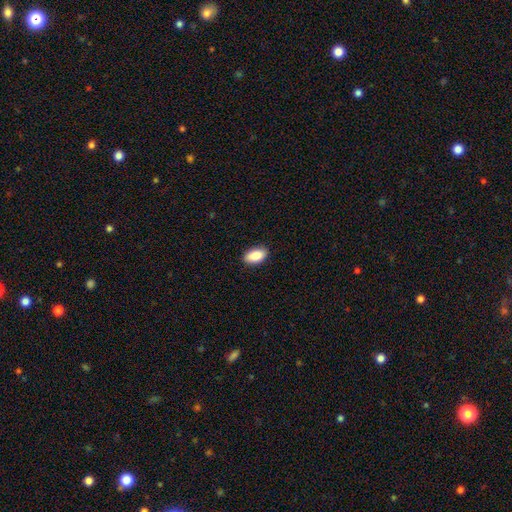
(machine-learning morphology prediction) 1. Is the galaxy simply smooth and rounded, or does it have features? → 89% smooth, 7% star or artifact, 5% featured or disk.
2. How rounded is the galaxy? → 93% in between, 5% round, 2% cigar-shaped.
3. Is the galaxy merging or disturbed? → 88% none, 9% minor disturbance, 2% major disturbance, 1% merger.